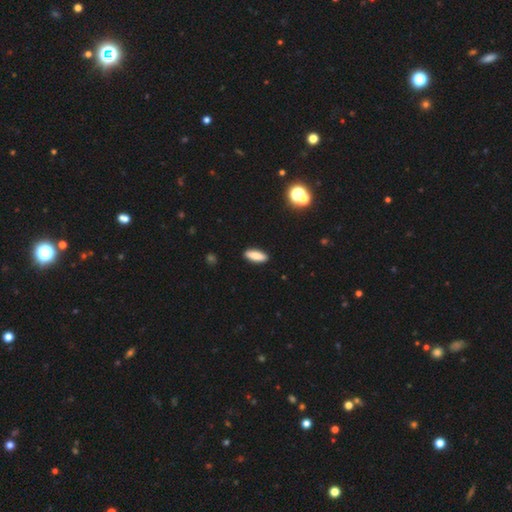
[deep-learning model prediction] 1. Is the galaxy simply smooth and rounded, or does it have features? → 84% smooth, 9% featured or disk, 8% star or artifact.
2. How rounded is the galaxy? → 65% in between, 33% cigar-shaped, 2% round.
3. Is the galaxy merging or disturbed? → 90% none, 7% minor disturbance, 2% major disturbance, 1% merger.